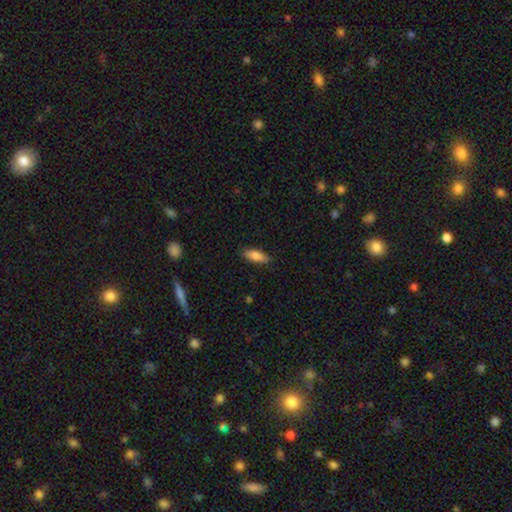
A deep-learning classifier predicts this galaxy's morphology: Q: Smooth or featured?
A: smooth (83%); runner-up: featured or disk (11%)
Q: How rounded?
A: in between (62%); runner-up: cigar-shaped (36%)
Q: Merging?
A: none (85%); runner-up: minor disturbance (12%)